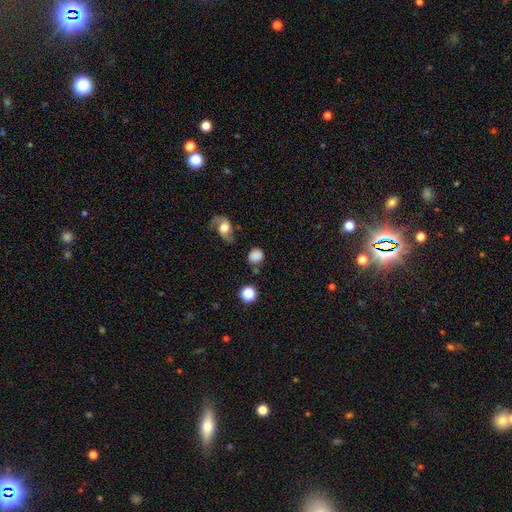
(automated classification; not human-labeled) smooth 81%, star or artifact 10%, featured or disk 9%. Down the decision tree: how rounded — round (84%); merging — none (73%).